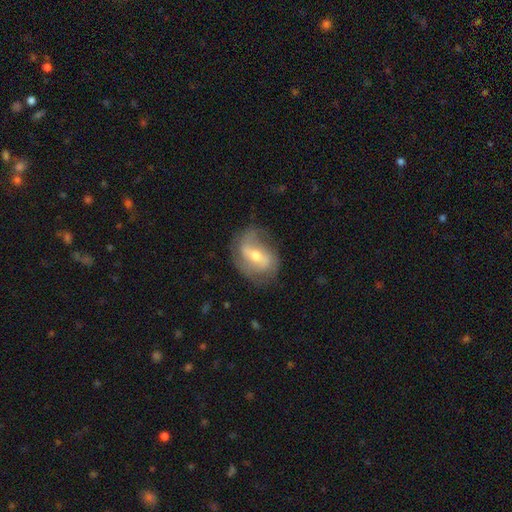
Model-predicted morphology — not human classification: type=featured or disk (69%); edge-on=no (95%); bar=weak (43%); spiral arms=yes (79%); winding=medium (40%); arm count=2 (69%); bulge=moderate (65%); merging=none (61%).